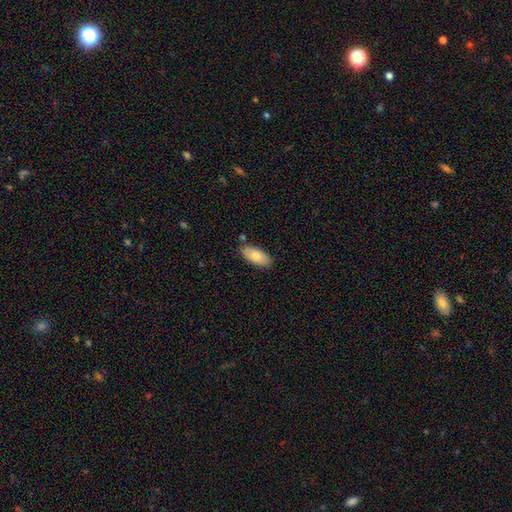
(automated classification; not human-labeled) This is likely a smooth galaxy (77%). How rounded: clearly in between (88%). Merging: clearly none (84%).